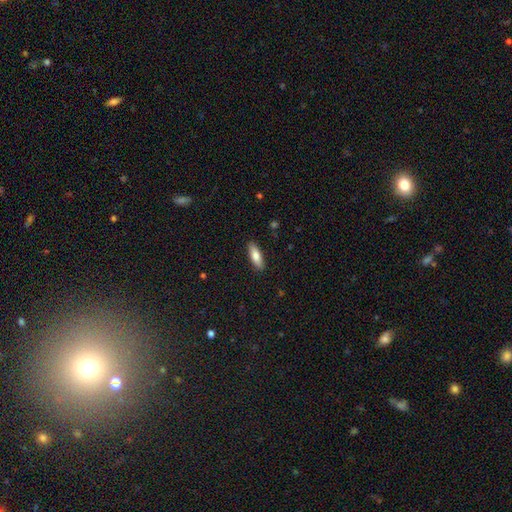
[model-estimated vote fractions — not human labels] Smooth or featured?
  - smooth: 81% *
  - featured or disk: 13%
  - star or artifact: 6%
How rounded?
  - in between: 60% *
  - cigar-shaped: 39%
  - round: 2%
Merging?
  - none: 89% *
  - minor disturbance: 8%
  - major disturbance: 2%
  - merger: 1%